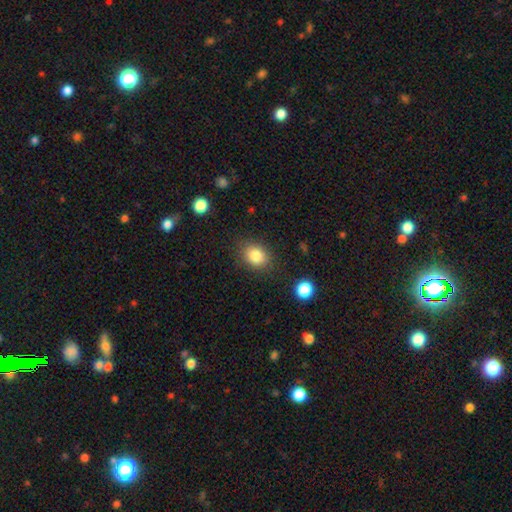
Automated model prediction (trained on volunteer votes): A smooth galaxy with no disk features (84%) that is in between round and cigar-shaped (52%).

Vote fractions:
- Smooth or featured? smooth: 84% / star or artifact: 9% / featured or disk: 6%
- How rounded? in between: 52% / round: 47% / cigar-shaped: 1%
- Merging? none: 83% / minor disturbance: 12% / major disturbance: 4% / merger: 2%